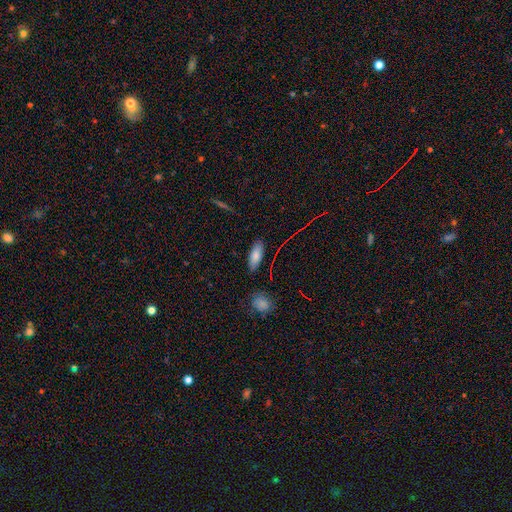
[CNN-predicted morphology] Smooth or featured?
  - smooth: 78% *
  - featured or disk: 12%
  - star or artifact: 10%
How rounded?
  - in between: 80% *
  - cigar-shaped: 17%
  - round: 2%
Merging?
  - none: 84% *
  - minor disturbance: 11%
  - major disturbance: 3%
  - merger: 2%